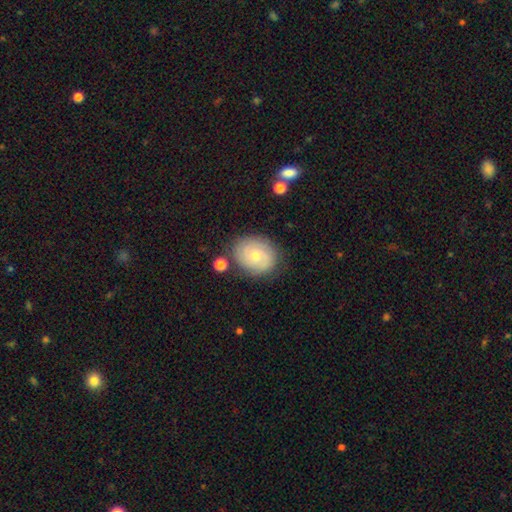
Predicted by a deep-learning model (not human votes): This is likely a featured or disk galaxy (62%). It is clearly not viewed edge-on (97%). Bar: likely no (73%). Spiral arm pattern: clearly yes (87%). Spiral arm count: marginally 2 (41%). Spiral winding: likely tight (65%). Central bulge: possibly small (56%). Merging: likely none (79%).